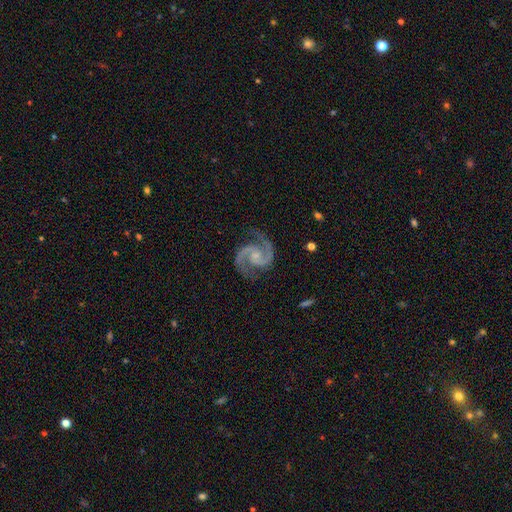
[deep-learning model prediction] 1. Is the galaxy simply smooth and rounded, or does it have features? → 94% featured or disk, 4% star or artifact, 2% smooth.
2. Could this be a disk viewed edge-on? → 98% no, 2% yes.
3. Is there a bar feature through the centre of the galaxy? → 59% no, 32% weak, 9% strong.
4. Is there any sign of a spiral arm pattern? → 99% yes, 1% no.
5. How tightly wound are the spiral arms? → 65% medium, 24% tight, 10% loose.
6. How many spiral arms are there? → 94% 2, 2% 3, 1% can't tell, 1% 1, 1% 4, 1% more than 4.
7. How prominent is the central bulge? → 64% small, 22% moderate, 12% none, 1% large, 1% dominant.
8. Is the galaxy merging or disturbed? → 80% none, 14% minor disturbance, 4% major disturbance, 1% merger.